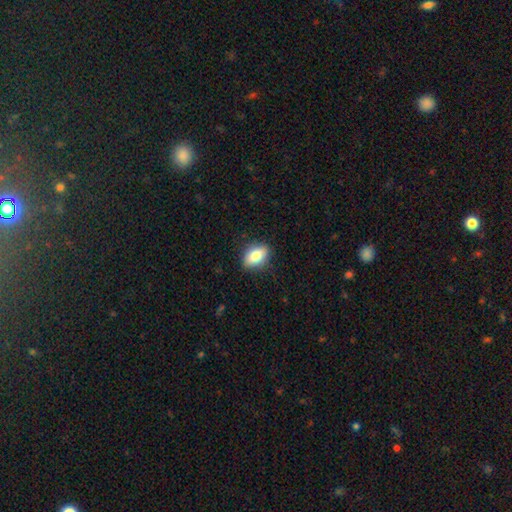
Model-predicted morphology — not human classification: Smooth or featured? smooth (77%)
How rounded? in between (81%)
Merging? none (85%)